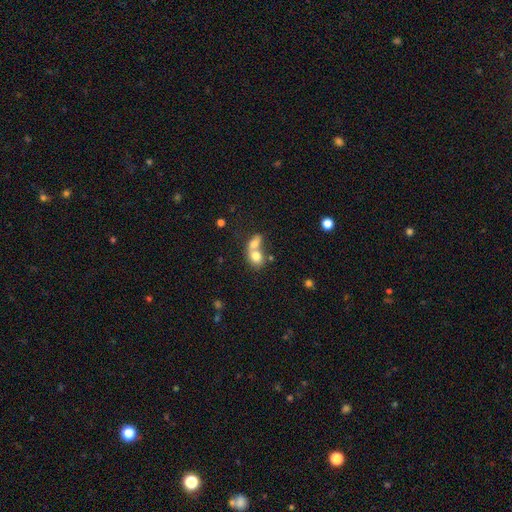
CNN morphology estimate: Smooth or featured?
  - smooth: 74% *
  - featured or disk: 17%
  - star or artifact: 9%
How rounded?
  - in between: 54% *
  - round: 45%
  - cigar-shaped: 2%
Merging?
  - merger: 73% *
  - none: 17%
  - minor disturbance: 6%
  - major disturbance: 4%